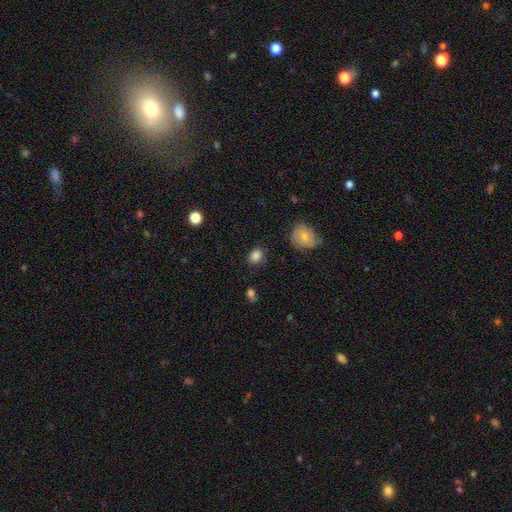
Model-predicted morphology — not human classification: A smooth galaxy with no disk features (86%) that is in between round and cigar-shaped (61%).

Vote fractions:
- Smooth or featured? smooth: 86% / star or artifact: 9% / featured or disk: 5%
- How rounded? in between: 61% / round: 38% / cigar-shaped: 1%
- Merging? none: 80% / minor disturbance: 14% / major disturbance: 4% / merger: 2%